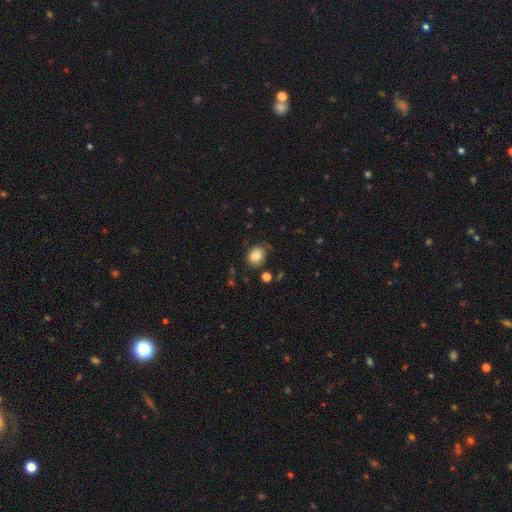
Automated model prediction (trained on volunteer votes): Smooth or featured: smooth — 82% (star or artifact — 10%)
How rounded: round — 60% (in between — 39%)
Merging: none — 69% (minor disturbance — 20%)